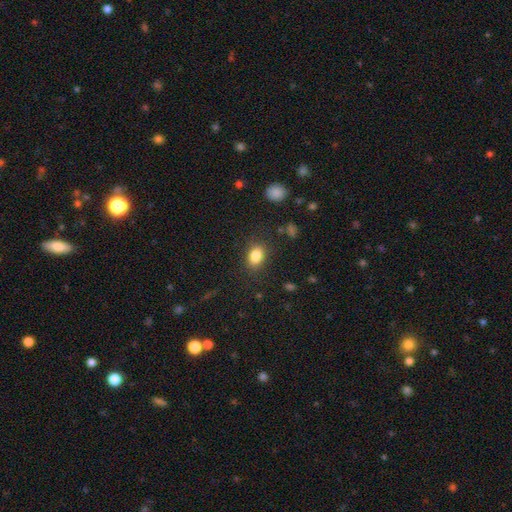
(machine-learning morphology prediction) smooth 84%, star or artifact 10%, featured or disk 6%. Down the decision tree: how rounded — in between (74%); merging — none (82%).